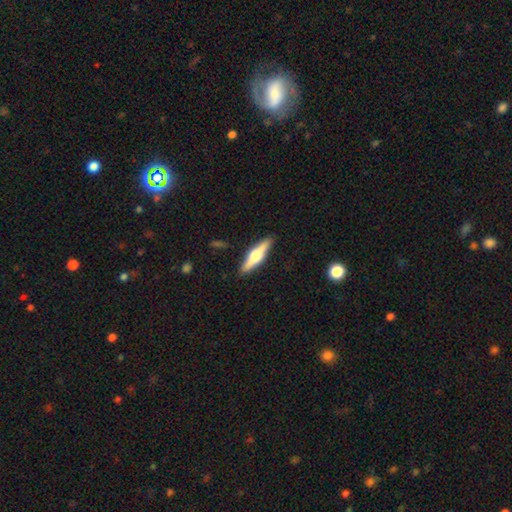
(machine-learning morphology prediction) This appears to be a featured or disk galaxy (60%) viewed edge-on (96%) with a rounded central bulge (93%). Merging: none (90%).